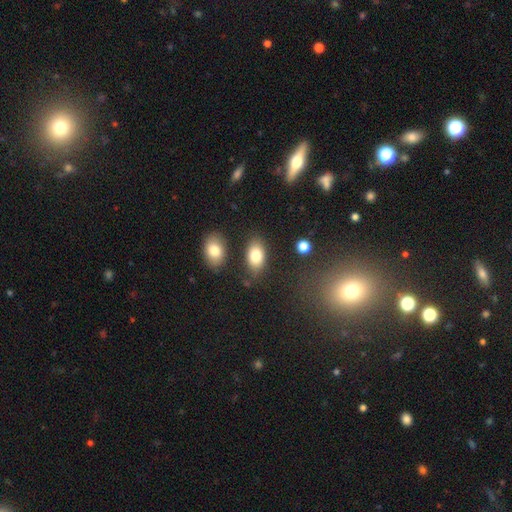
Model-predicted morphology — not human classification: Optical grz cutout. It shows a smooth galaxy with no disk features (81%) that is in between round and cigar-shaped (91%). Merging: none (79%).